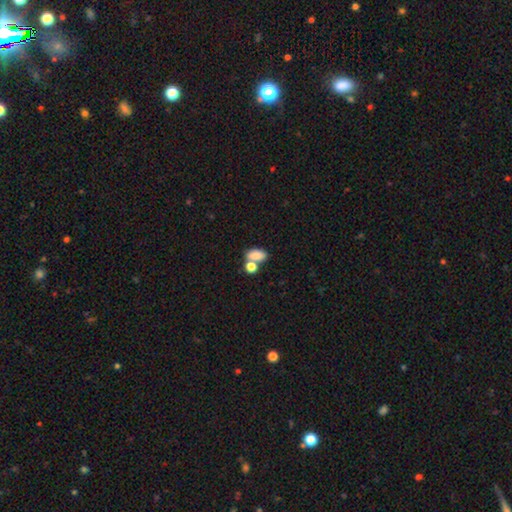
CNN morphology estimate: Q: Smooth or featured?
A: smooth (82%); runner-up: star or artifact (10%)
Q: How rounded?
A: in between (84%); runner-up: round (13%)
Q: Merging?
A: none (46%); runner-up: merger (39%)